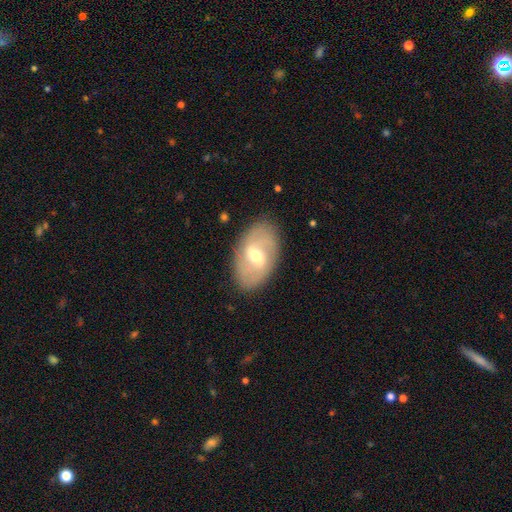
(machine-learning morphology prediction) type=featured or disk (62%); edge-on=no (93%); bar=weak (56%); spiral arms=yes (64%); bulge=moderate (62%); merging=none (83%).